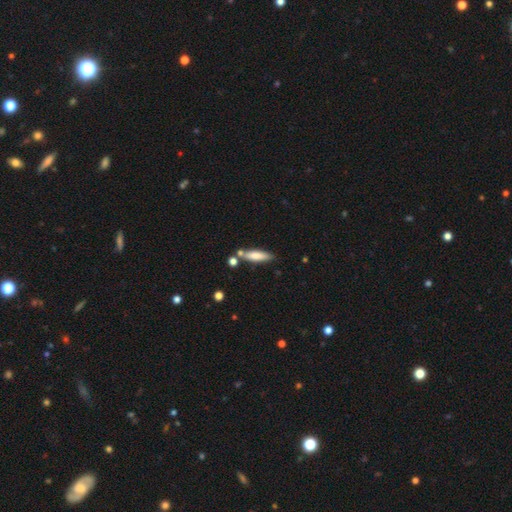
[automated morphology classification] This is likely a smooth galaxy (74%). How rounded: likely cigar-shaped (66%). Merging: likely none (68%).